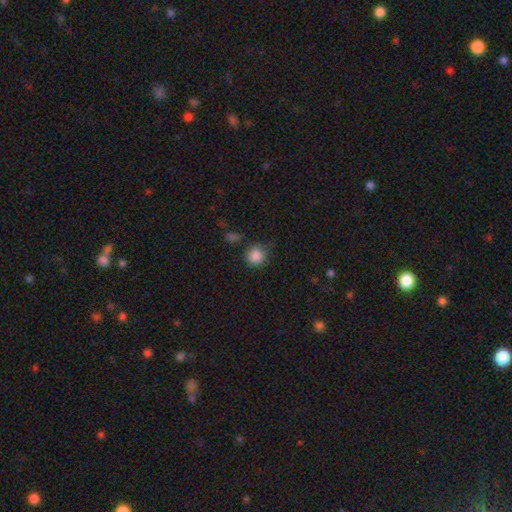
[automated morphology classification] A smooth galaxy with no disk features (87%) that is round (92%).

Vote fractions:
- Smooth or featured? smooth: 87% / star or artifact: 10% / featured or disk: 3%
- How rounded? round: 92% / in between: 7% / cigar-shaped: 1%
- Merging? none: 81% / minor disturbance: 12% / merger: 4% / major disturbance: 4%